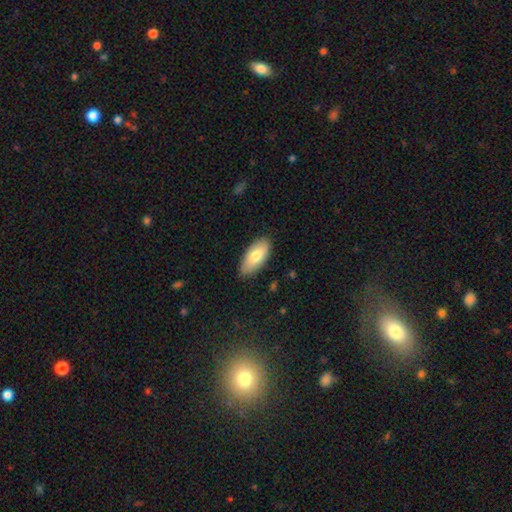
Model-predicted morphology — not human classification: Smooth or featured: smooth — 78% (featured or disk — 17%)
How rounded: in between — 90% (cigar-shaped — 7%)
Merging: none — 84% (minor disturbance — 13%)